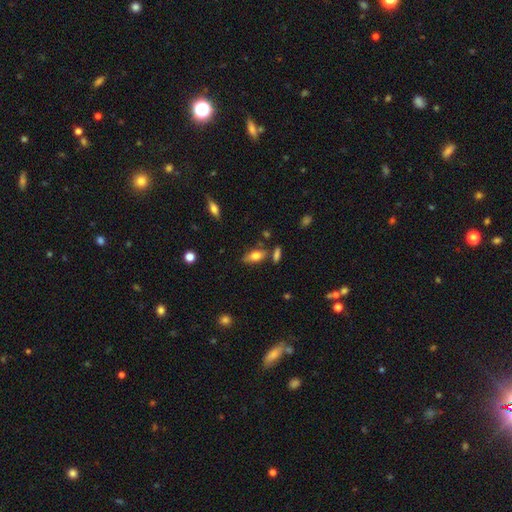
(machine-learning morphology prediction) A smooth galaxy with no disk features (73%) that is in between round and cigar-shaped (84%). Merging: none (70%).